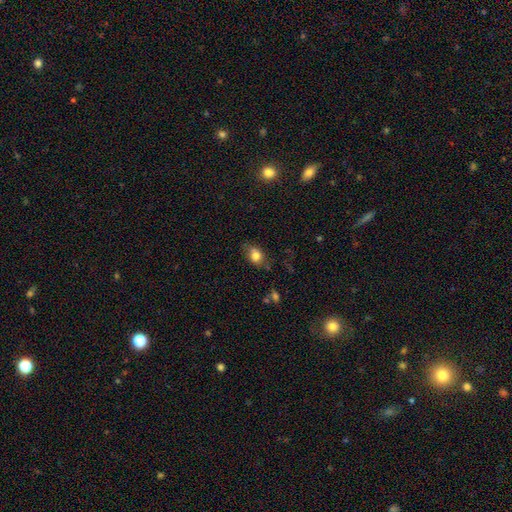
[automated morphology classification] The model was most divided on "merging": none: 66%, minor disturbance: 24%, major disturbance: 6%, merger: 4%. More confident: smooth or featured — smooth (80%); how rounded — in between (71%).